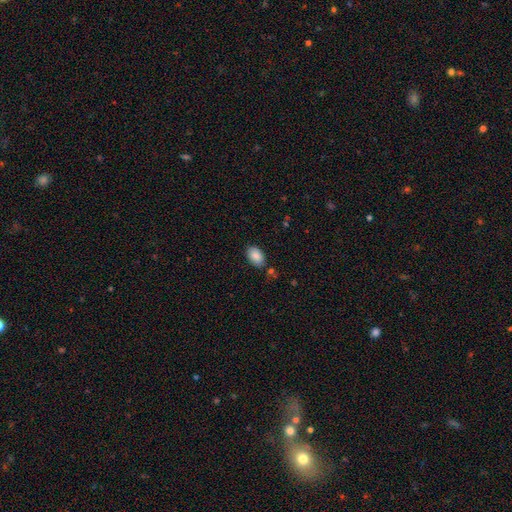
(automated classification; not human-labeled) smooth_or_featured: smooth (p=0.88) [alt: star or artifact p=0.07]
how_rounded: in between (p=0.90) [alt: round p=0.08]
merging: none (p=0.81) [alt: minor disturbance p=0.12]